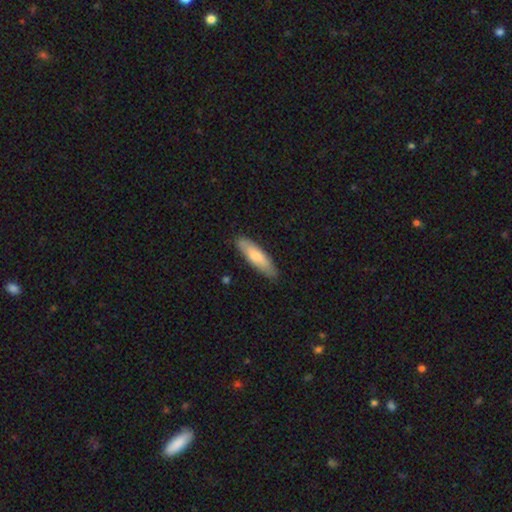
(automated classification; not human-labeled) Smooth or featured?
  - smooth: 70% *
  - featured or disk: 25%
  - star or artifact: 5%
How rounded?
  - cigar-shaped: 62% *
  - in between: 37%
  - round: 2%
Merging?
  - none: 85% *
  - minor disturbance: 12%
  - major disturbance: 2%
  - merger: 1%